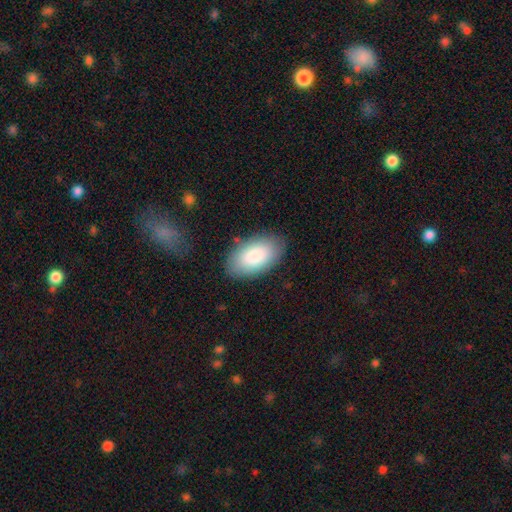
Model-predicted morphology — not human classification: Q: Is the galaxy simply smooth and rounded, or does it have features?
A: smooth — 85%.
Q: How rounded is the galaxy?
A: in between — 95%.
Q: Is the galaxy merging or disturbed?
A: none — 84%.